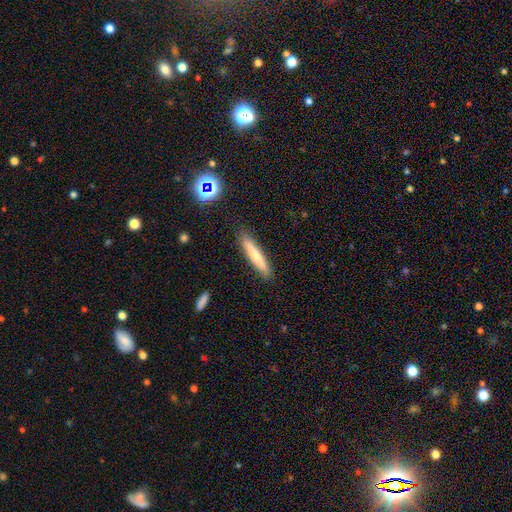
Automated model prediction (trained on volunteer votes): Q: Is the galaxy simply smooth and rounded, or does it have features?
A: smooth — 60%.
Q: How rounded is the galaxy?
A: cigar-shaped — 90%.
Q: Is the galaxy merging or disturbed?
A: none — 88%.